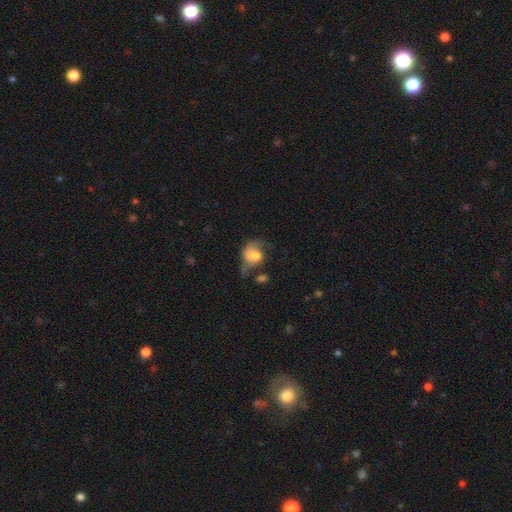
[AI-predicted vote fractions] A smooth galaxy with no disk features (59%) that is in between round and cigar-shaped (54%).

Vote fractions:
- Smooth or featured? smooth: 59% / featured or disk: 30% / star or artifact: 10%
- How rounded? in between: 54% / round: 45% / cigar-shaped: 1%
- Merging? merger: 29% / none: 25% / major disturbance: 24% / minor disturbance: 21%